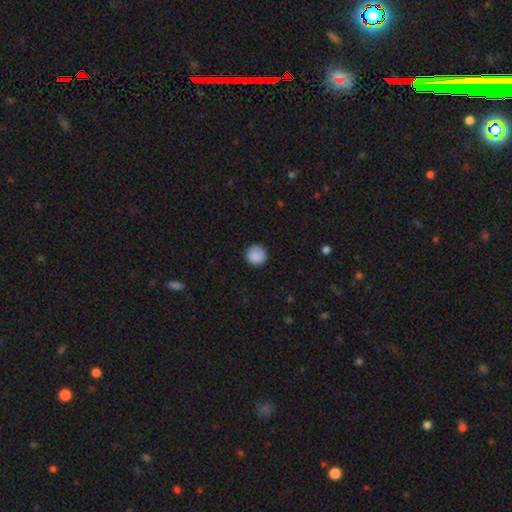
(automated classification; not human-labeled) Smooth or featured? Predicted: smooth (p=0.87). How rounded? Predicted: round (p=0.93). Merging? Predicted: none (p=0.87).